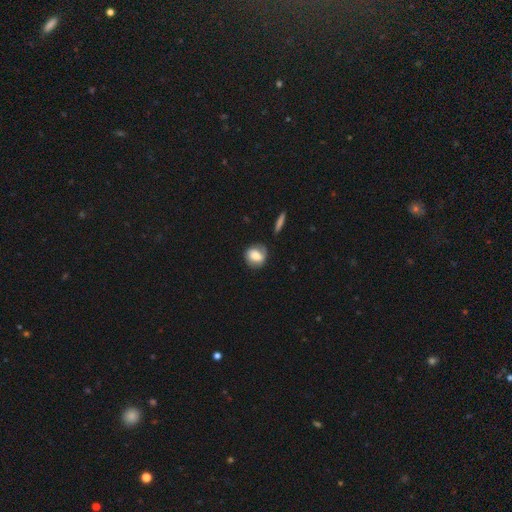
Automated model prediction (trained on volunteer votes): Overall: smooth (63%; featured or disk 29%). How rounded: round (65%; in between 33%). Merging: none (67%).